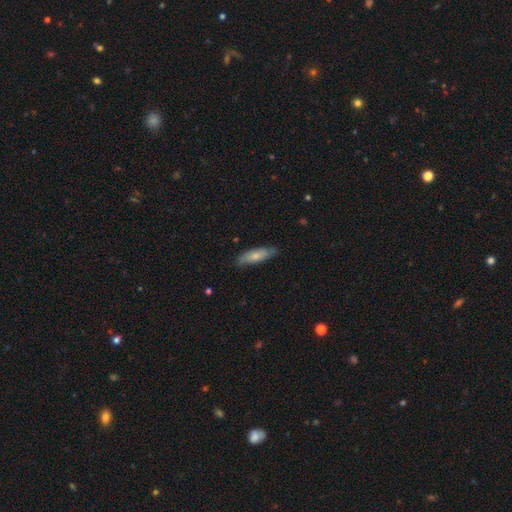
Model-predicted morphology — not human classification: Overall: smooth (71%). How rounded: cigar-shaped (56%; in between 43%). Merging: none (79%).